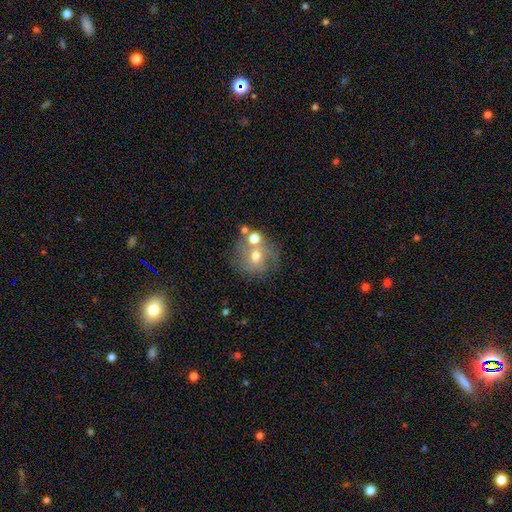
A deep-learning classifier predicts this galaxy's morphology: Overall: smooth (52%; featured or disk 35%). How rounded: round (82%). Merging: none (52%; merger 26%).